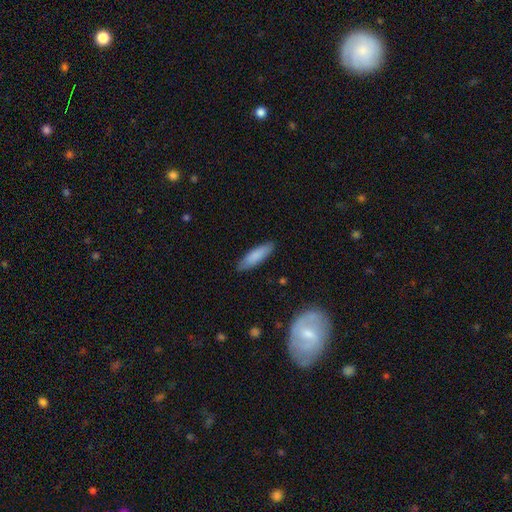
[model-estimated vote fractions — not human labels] This appears to be a smooth galaxy with no disk features (84%) that is cigar-shaped (58%). Merging: none (87%).